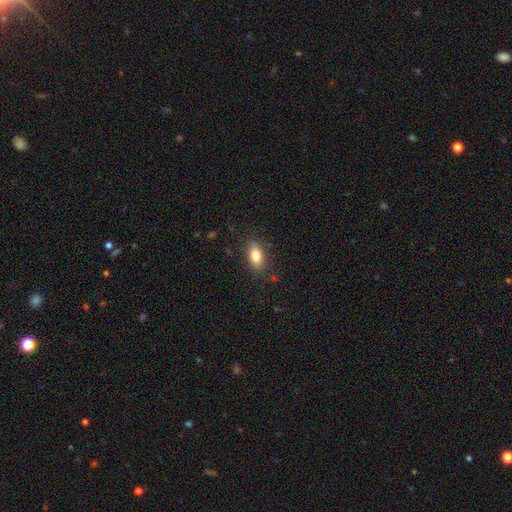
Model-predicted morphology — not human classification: A smooth galaxy with no disk features (80%) that is in between round and cigar-shaped (86%). Merging: none (85%).